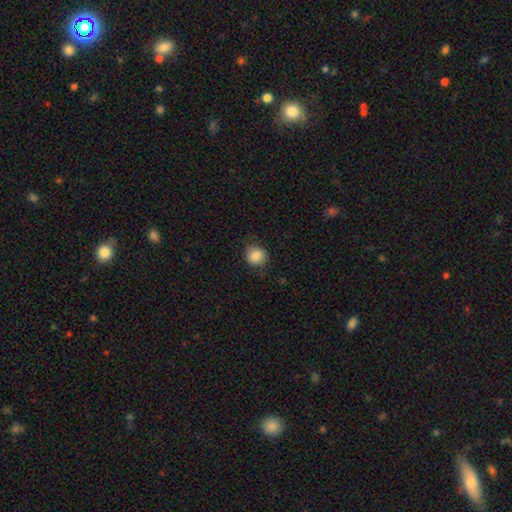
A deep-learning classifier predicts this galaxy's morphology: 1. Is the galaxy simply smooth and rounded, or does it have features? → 85% smooth, 9% star or artifact, 6% featured or disk.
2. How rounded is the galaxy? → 86% round, 13% in between, 1% cigar-shaped.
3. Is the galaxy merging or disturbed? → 82% none, 14% minor disturbance, 4% major disturbance, 1% merger.